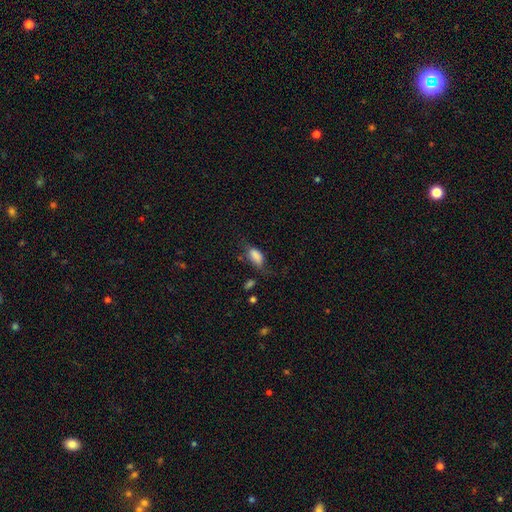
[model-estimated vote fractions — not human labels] This is likely a smooth galaxy (80%). How rounded: clearly in between (88%). Merging: possibly none (46%).